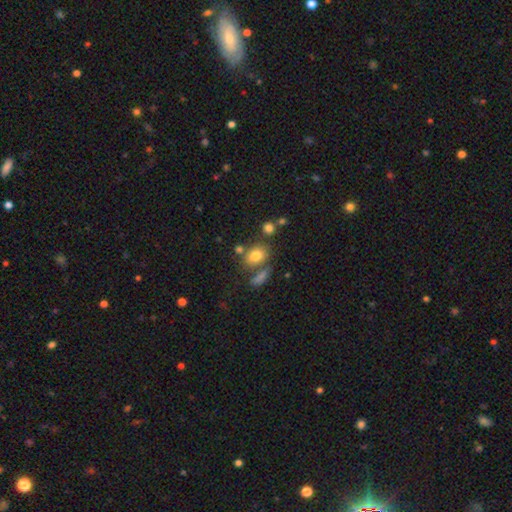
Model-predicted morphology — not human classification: smooth 77%, featured or disk 12%, star or artifact 11%. Down the decision tree: how rounded — in between (71%); merging — none (60%).